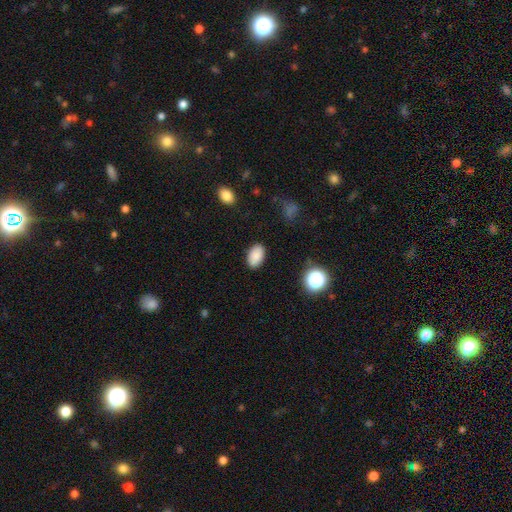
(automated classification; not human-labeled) This appears to be a smooth galaxy with no disk features (87%) that is in between round and cigar-shaped (92%). Merging: none (88%).